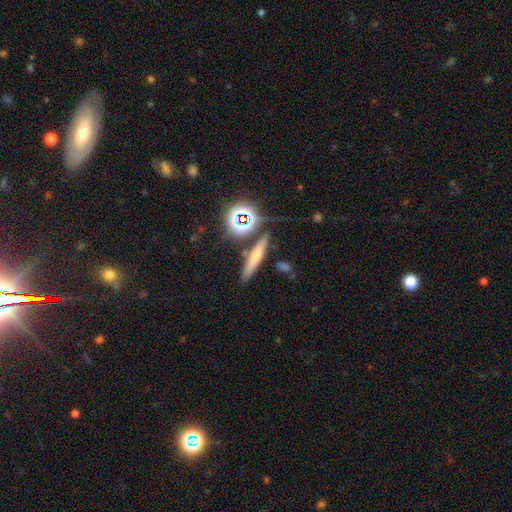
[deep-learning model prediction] smooth-or-featured: smooth: 52% | featured or disk: 29% | star or artifact: 19%
  how-rounded: cigar-shaped: 78% | in between: 13% | round: 9%
  merging: none: 78% | minor disturbance: 11% | merger: 8% | major disturbance: 4%